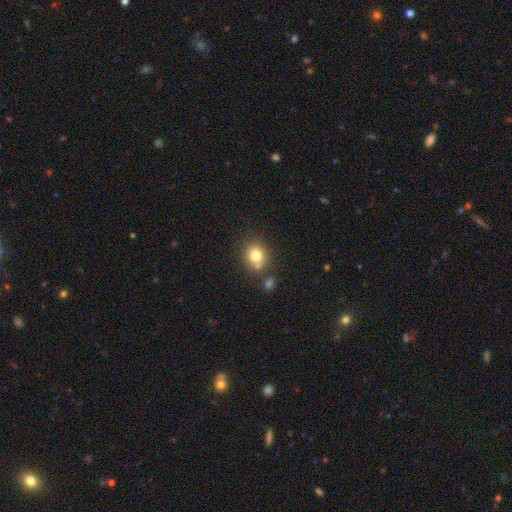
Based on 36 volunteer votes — smooth_or_featured: smooth (p=0.72) [alt: featured or disk p=0.22]
how_rounded: round (p=0.81) [alt: in between p=0.19]
merging: none (p=0.44) [alt: minor disturbance p=0.26]